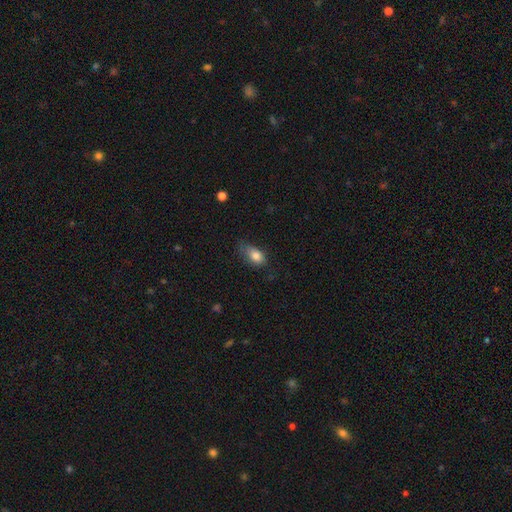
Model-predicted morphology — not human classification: smooth_or_featured: smooth (p=0.81) [alt: featured or disk p=0.11]
how_rounded: in between (p=0.87) [alt: round p=0.09]
merging: none (p=0.52) [alt: minor disturbance p=0.34]